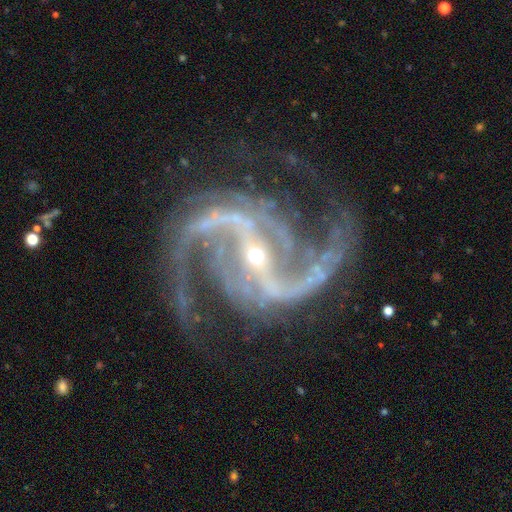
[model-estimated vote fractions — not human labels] Smooth or featured? Predicted: featured or disk (p=0.93). Edge-on disk? Predicted: no (p=0.98). Bar? Predicted: strong (p=0.68). Spiral arms? Predicted: yes (p=0.99). Spiral winding? Predicted: medium (p=0.57). Spiral arm count? Predicted: 2 (p=0.82). Bulge size? Predicted: small (p=0.80). Merging? Predicted: none (p=0.71).